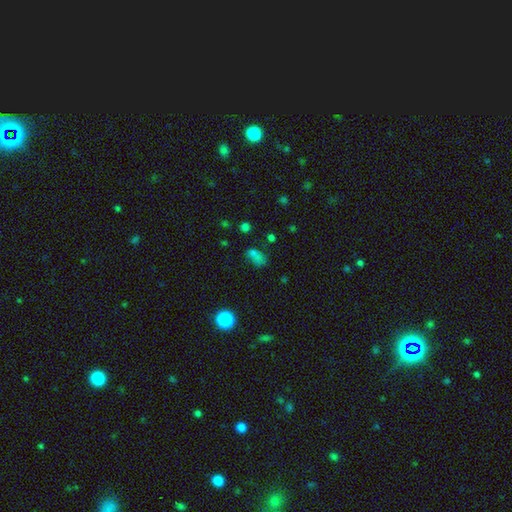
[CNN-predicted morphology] Smooth or featured? smooth (62%)
How rounded? in between (74%)
Merging? none (44%)